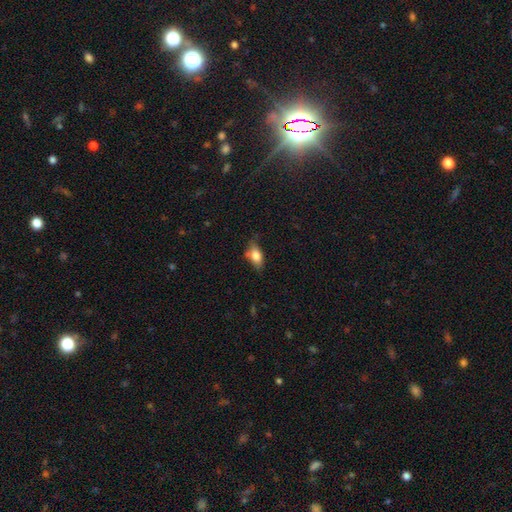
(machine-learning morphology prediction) Overall: smooth (78%). How rounded: in between (85%). Merging: none (58%; minor disturbance 30%).